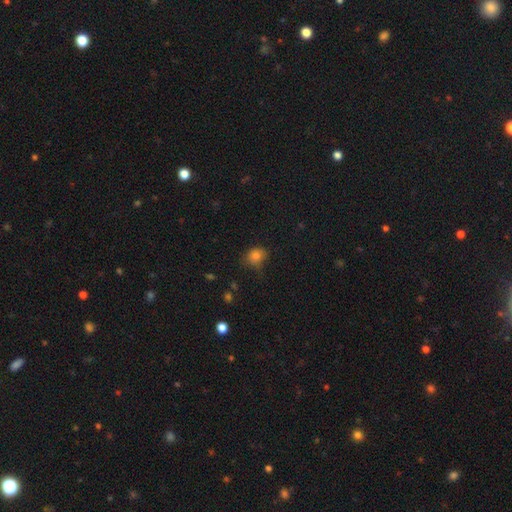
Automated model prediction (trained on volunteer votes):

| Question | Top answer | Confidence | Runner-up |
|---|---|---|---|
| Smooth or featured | smooth | 81% | star or artifact (12%) |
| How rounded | round | 64% | in between (35%) |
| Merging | none | 60% | minor disturbance (29%) |